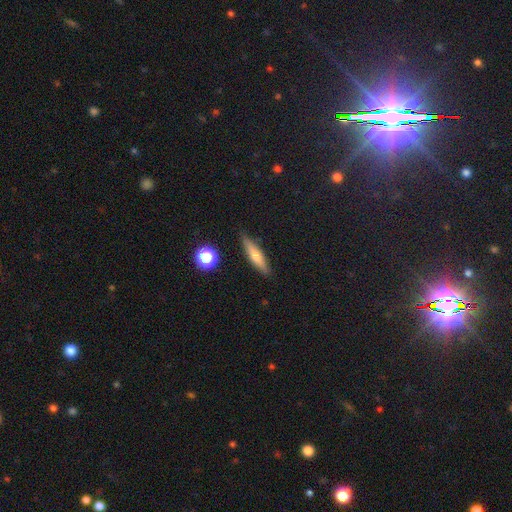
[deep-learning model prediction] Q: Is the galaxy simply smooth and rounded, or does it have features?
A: smooth — 56%.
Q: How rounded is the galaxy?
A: cigar-shaped — 80%.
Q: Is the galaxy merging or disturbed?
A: none — 87%.